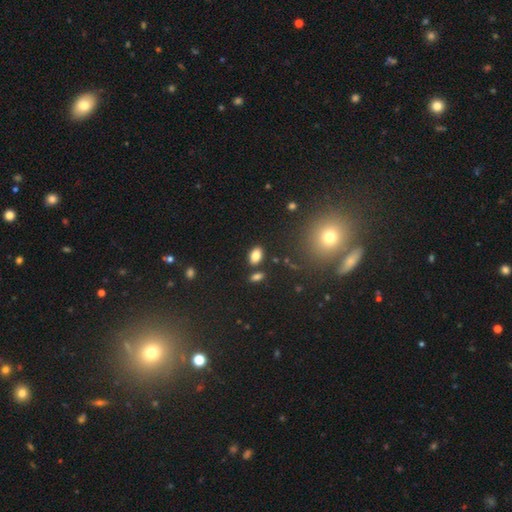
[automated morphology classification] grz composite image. It shows a smooth galaxy with no disk features (81%) that is in between round and cigar-shaped (88%). Merging: none (81%).